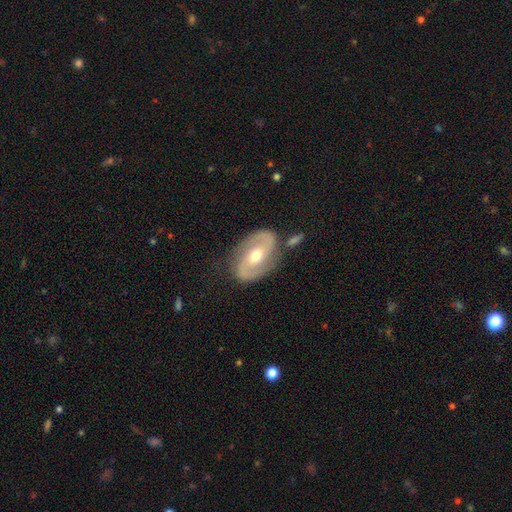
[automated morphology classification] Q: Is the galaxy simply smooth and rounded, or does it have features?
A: featured or disk — 87%.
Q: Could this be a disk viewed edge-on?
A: no — 97%.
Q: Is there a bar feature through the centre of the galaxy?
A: weak — 39%.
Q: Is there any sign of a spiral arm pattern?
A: yes — 94%.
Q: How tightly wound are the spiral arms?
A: medium — 50%.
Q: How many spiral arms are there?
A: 2 — 92%.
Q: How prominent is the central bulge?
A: moderate — 73%.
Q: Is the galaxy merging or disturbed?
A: none — 77%.